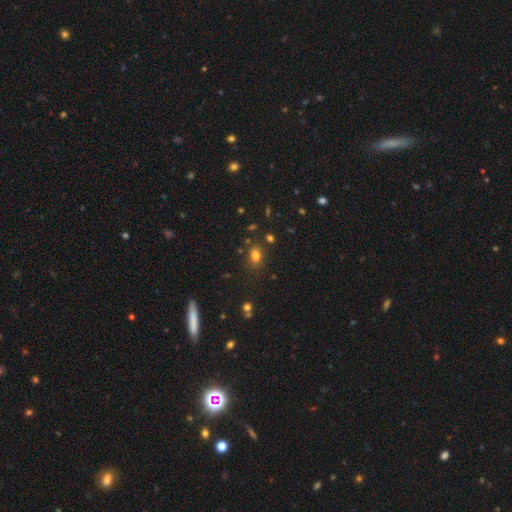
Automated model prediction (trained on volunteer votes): Smooth or featured? smooth (76%)
How rounded? in between (58%)
Merging? none (77%)